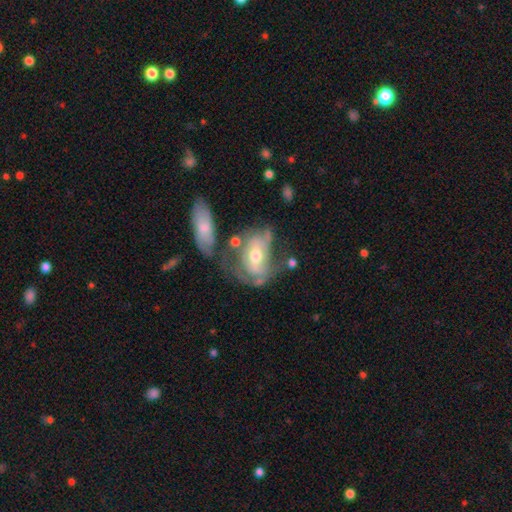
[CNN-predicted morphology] smooth-or-featured: featured or disk: 68% | smooth: 26% | star or artifact: 7%
  disk-edge-on: no: 94% | yes: 6%
    bar: no: 50% | weak: 35% | strong: 15%
    has-spiral-arms: yes: 64% | no: 36%
    bulge-size: moderate: 68% | small: 24% | large: 6% | none: 1% | dominant: 1%
  merging: none: 30% | major disturbance: 26% | merger: 22% | minor disturbance: 21%